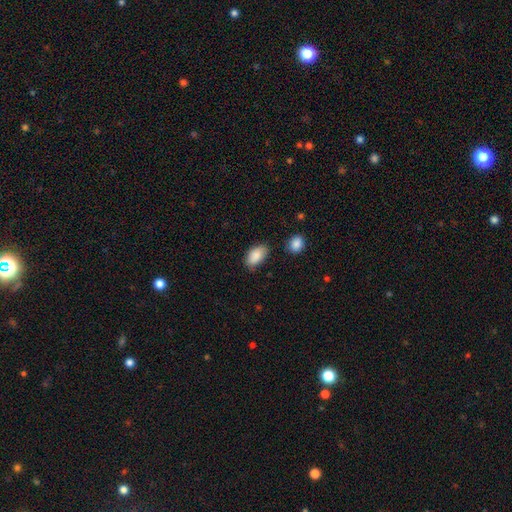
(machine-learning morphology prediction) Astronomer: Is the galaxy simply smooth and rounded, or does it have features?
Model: smooth — 89%.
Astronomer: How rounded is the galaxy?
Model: in between — 93%.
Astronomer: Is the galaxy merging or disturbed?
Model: none — 76%.